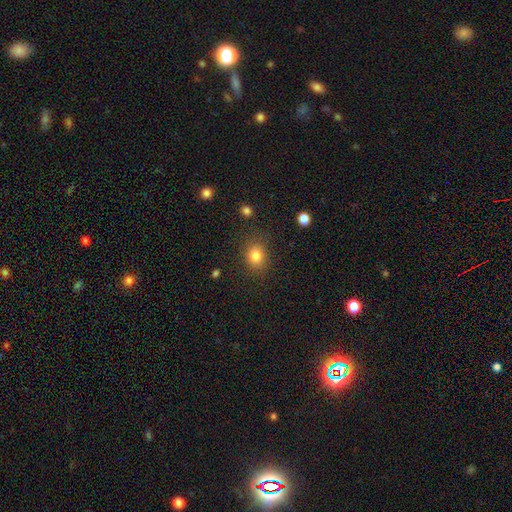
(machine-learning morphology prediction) Smooth or featured? Predicted: smooth (p=0.82). How rounded? Predicted: round (p=0.60). Merging? Predicted: none (p=0.83).